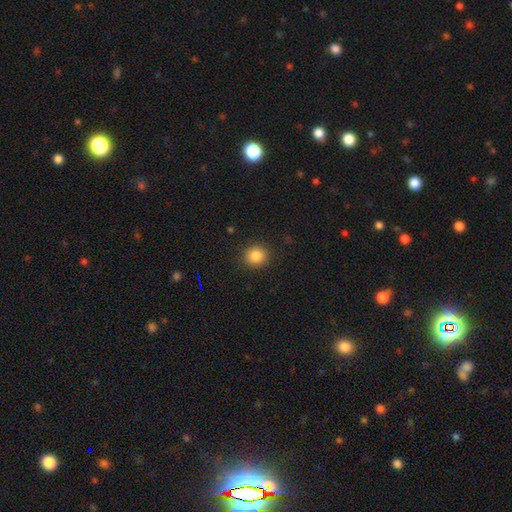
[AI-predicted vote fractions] Smooth or featured? Predicted: smooth (p=0.84). How rounded? Predicted: round (p=0.87). Merging? Predicted: none (p=0.90).